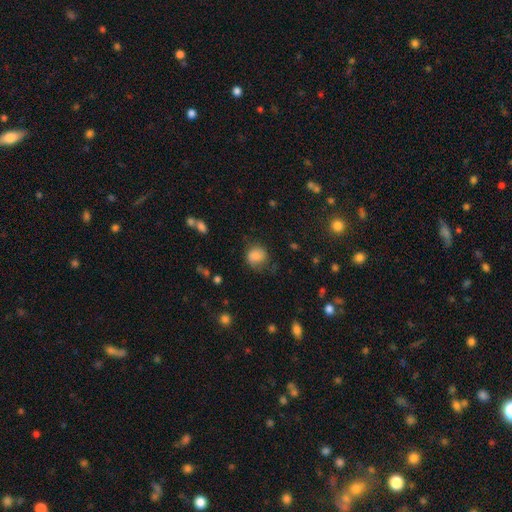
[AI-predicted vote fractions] Smooth or featured? smooth (81%)
How rounded? round (75%)
Merging? none (65%)